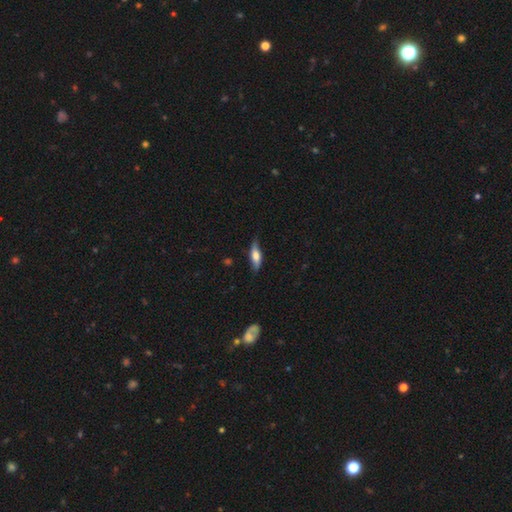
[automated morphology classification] A smooth galaxy with no disk features (61%) that is in between round and cigar-shaped (54%). Merging: none (74%).